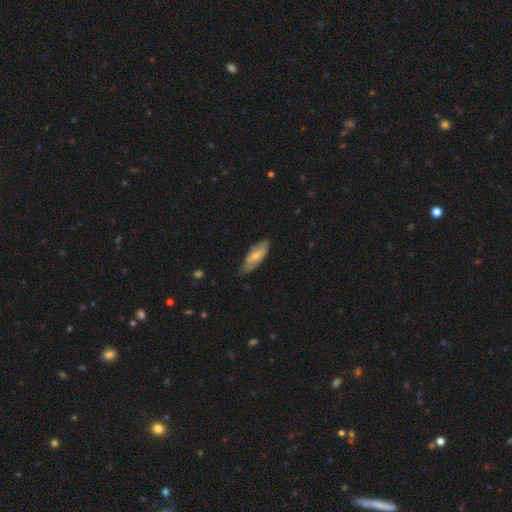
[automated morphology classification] Q: Smooth or featured?
A: featured or disk (47%); tied with: smooth (47%)
Q: Merging?
A: none (70%); runner-up: minor disturbance (24%)